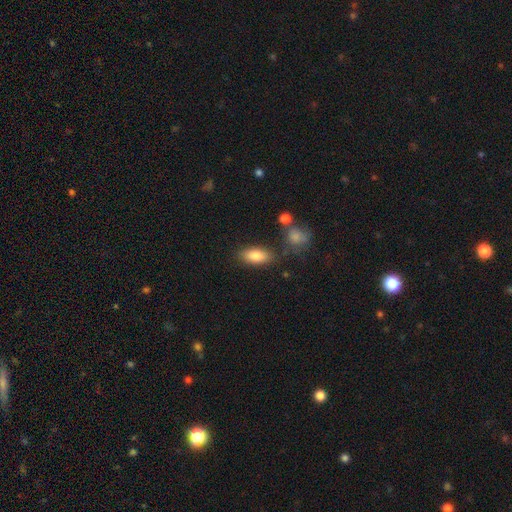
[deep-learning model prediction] Smooth or featured? smooth (81%)
How rounded? in between (86%)
Merging? none (78%)